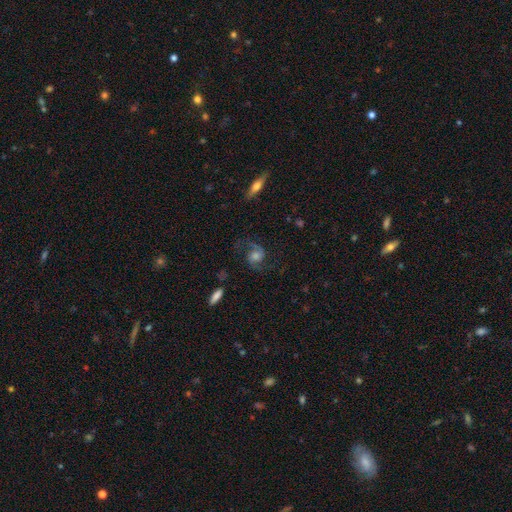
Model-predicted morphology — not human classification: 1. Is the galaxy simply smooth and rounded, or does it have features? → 82% featured or disk, 10% smooth, 8% star or artifact.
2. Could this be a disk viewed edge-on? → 96% no, 4% yes.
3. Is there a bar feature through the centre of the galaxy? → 59% no, 33% weak, 8% strong.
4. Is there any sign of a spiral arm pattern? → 97% yes, 3% no.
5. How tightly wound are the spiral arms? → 48% medium, 41% loose, 11% tight.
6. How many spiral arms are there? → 91% 2, 3% 1, 2% can't tell, 1% 3, 1% 4, 1% more than 4.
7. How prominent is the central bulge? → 50% moderate, 22% large, 19% small, 6% none, 3% dominant.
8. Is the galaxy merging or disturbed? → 74% none, 14% minor disturbance, 10% major disturbance, 2% merger.